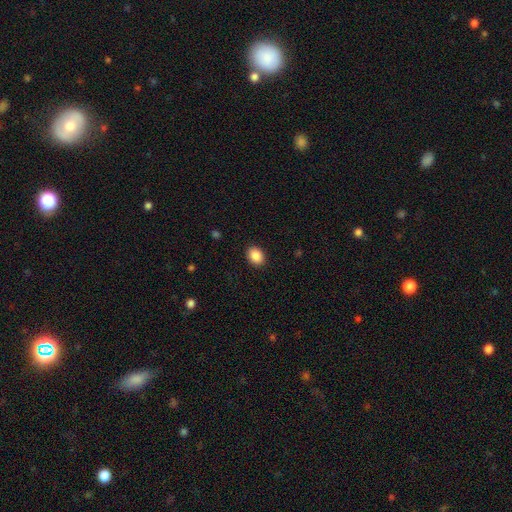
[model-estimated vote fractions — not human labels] Smooth or featured? smooth (89%)
How rounded? in between (62%)
Merging? none (90%)